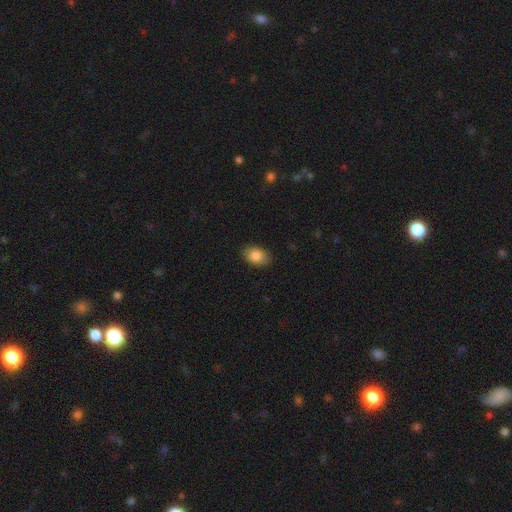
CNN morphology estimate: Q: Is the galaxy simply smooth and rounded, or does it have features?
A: smooth — 85%.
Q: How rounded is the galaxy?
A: in between — 85%.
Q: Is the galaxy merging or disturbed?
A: none — 88%.